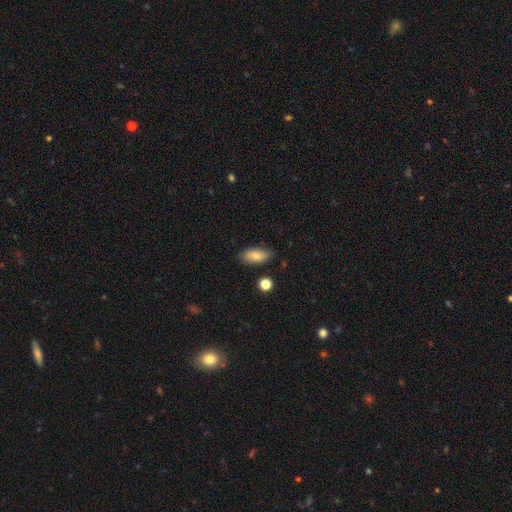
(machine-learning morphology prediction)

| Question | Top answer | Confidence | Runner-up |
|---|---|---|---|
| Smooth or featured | smooth | 81% | featured or disk (12%) |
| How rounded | in between | 88% | cigar-shaped (8%) |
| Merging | none | 81% | minor disturbance (14%) |